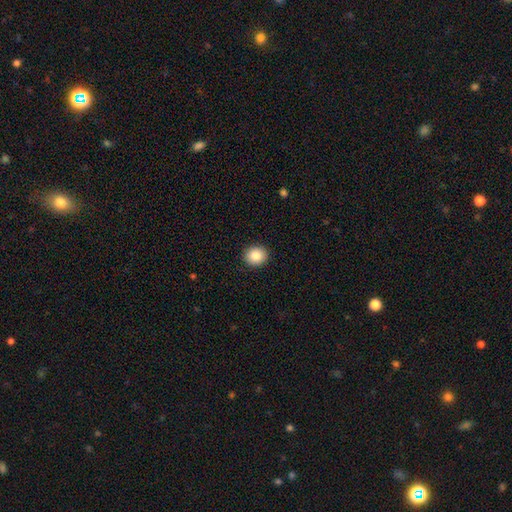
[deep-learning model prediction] smooth 86%, star or artifact 9%, featured or disk 6%. Down the decision tree: how rounded — round (81%); merging — none (92%).